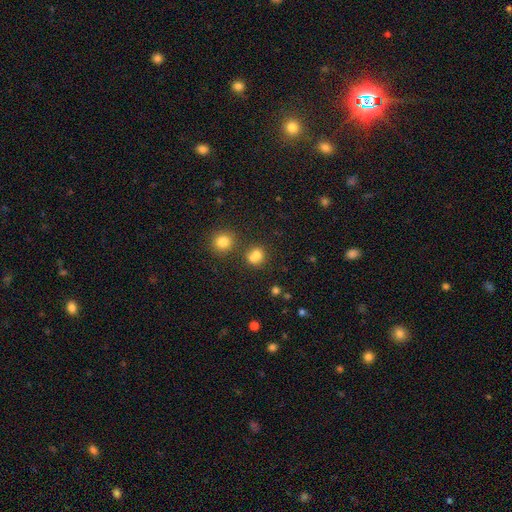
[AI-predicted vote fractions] This appears to be a smooth galaxy with no disk features (75%) that is round (81%). Merging: none (50%).